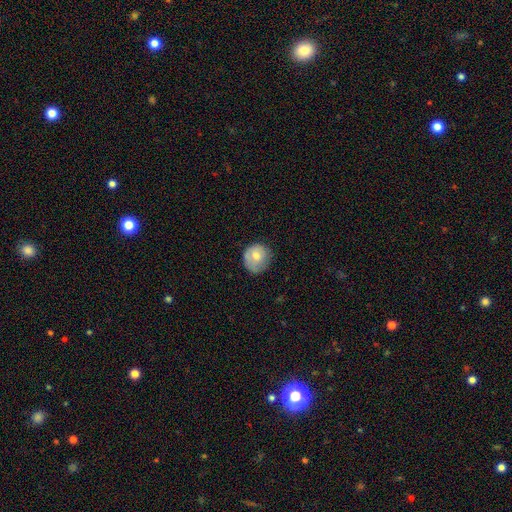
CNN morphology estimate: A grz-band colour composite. It shows a smooth galaxy with no disk features (72%) that is round (86%). Merging: none (66%).